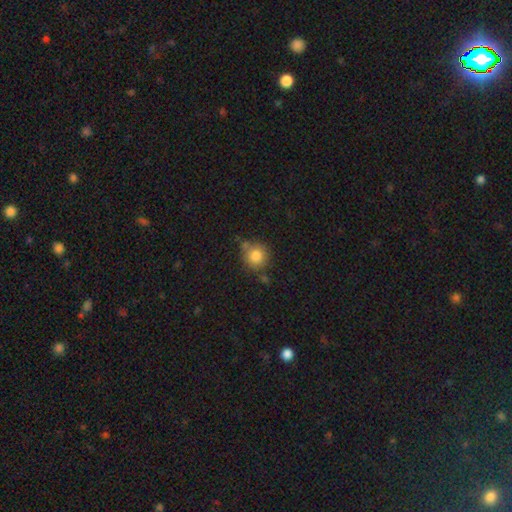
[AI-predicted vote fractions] smooth-or-featured: smooth: 83% | star or artifact: 10% | featured or disk: 8%
  how-rounded: round: 91% | in between: 8% | cigar-shaped: 1%
  merging: none: 67% | minor disturbance: 17% | merger: 12% | major disturbance: 4%